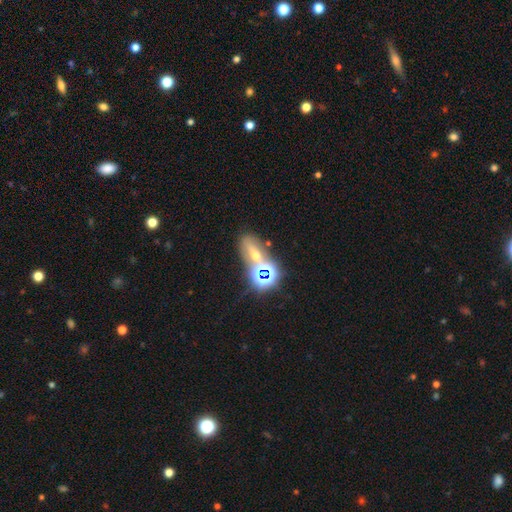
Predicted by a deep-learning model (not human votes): Smooth or featured?
  - star or artifact: 45% *
  - smooth: 30%
  - featured or disk: 25%